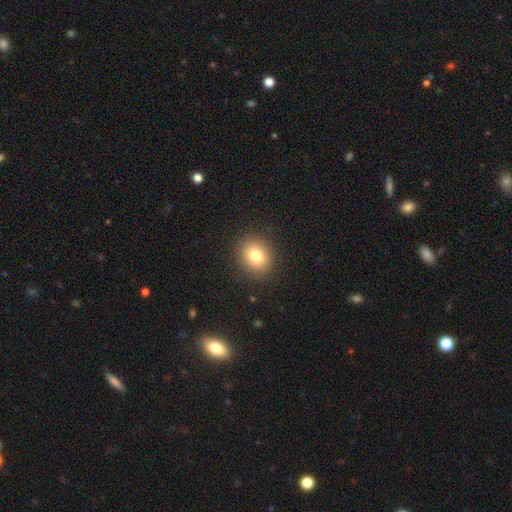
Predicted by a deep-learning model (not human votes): Smooth or featured: smooth — 80% (star or artifact — 11%)
How rounded: round — 65% (in between — 34%)
Merging: none — 89% (minor disturbance — 7%)